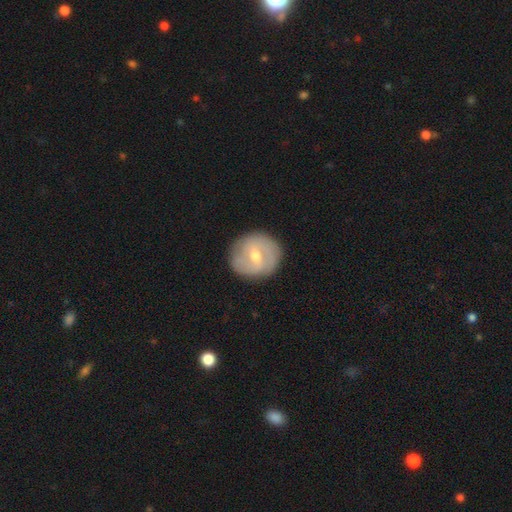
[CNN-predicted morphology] Overall: featured or disk (58%; smooth 35%). Edge-on disk: no (96%). Bar: weak (56%; no 26%). Spiral arms: yes (69%; no 31%). Bulge size: moderate (61%; small 34%). Merging: none (83%).